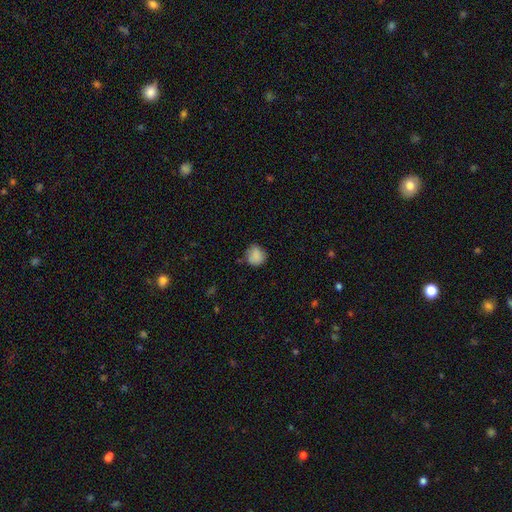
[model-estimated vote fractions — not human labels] This appears to be a smooth galaxy with no disk features (86%) that is round (86%). Merging: none (71%).